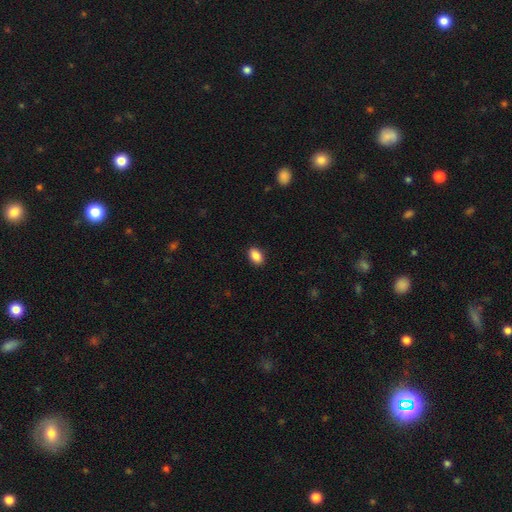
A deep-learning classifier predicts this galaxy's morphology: smooth-or-featured: smooth: 89% | star or artifact: 8% | featured or disk: 4%
  how-rounded: in between: 89% | round: 9% | cigar-shaped: 2%
  merging: none: 90% | minor disturbance: 7% | major disturbance: 2% | merger: 1%